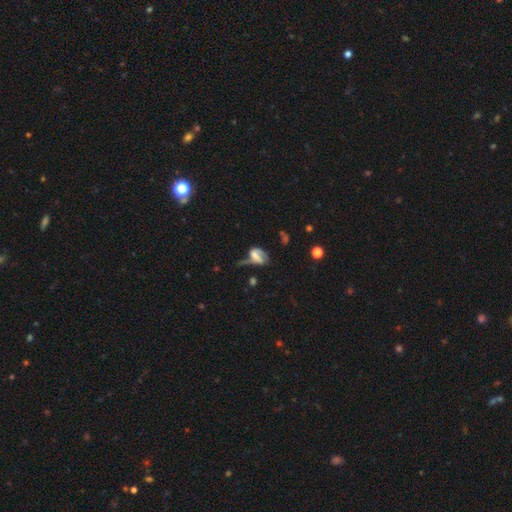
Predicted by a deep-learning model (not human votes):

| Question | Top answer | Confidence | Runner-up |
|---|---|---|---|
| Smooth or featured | featured or disk | 49% | smooth (38%) |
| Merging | major disturbance | 35% | none (27%) |